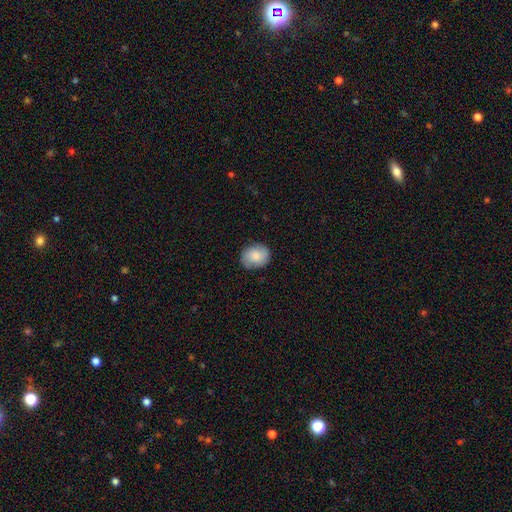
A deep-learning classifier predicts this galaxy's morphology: smooth_or_featured: smooth (p=0.83) [alt: featured or disk p=0.10]
how_rounded: round (p=0.54) [alt: in between p=0.45]
merging: none (p=0.83) [alt: minor disturbance p=0.13]